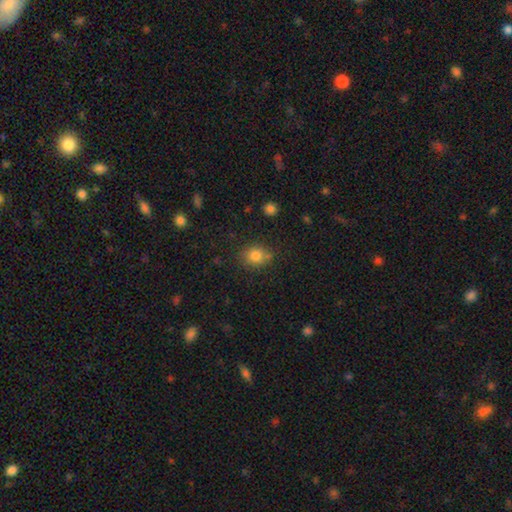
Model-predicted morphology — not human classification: A smooth galaxy with no disk features (81%) that is round (64%).

Vote fractions:
- Smooth or featured? smooth: 81% / star or artifact: 12% / featured or disk: 7%
- How rounded? round: 64% / in between: 35% / cigar-shaped: 1%
- Merging? none: 73% / minor disturbance: 17% / merger: 5% / major disturbance: 4%